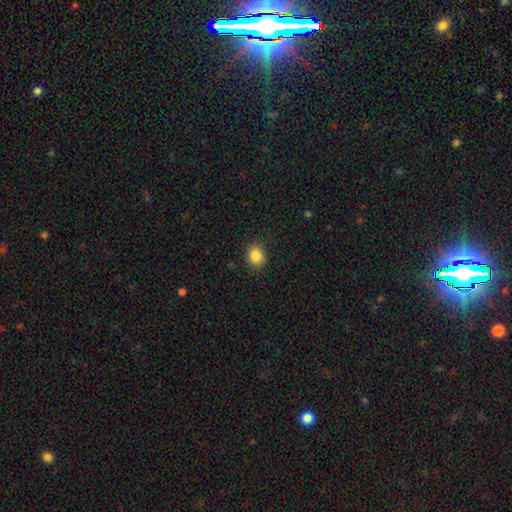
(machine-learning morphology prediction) A smooth galaxy with no disk features (86%) that is round (64%).

Vote fractions:
- Smooth or featured? smooth: 86% / star or artifact: 10% / featured or disk: 4%
- How rounded? round: 64% / in between: 35% / cigar-shaped: 1%
- Merging? none: 88% / minor disturbance: 9% / major disturbance: 3% / merger: 1%